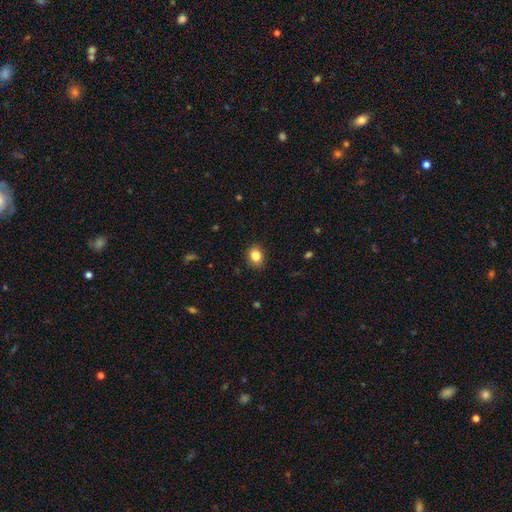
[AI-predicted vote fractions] Smooth or featured: smooth — 84% (star or artifact — 10%)
How rounded: round — 51% (in between — 48%)
Merging: none — 88% (minor disturbance — 8%)